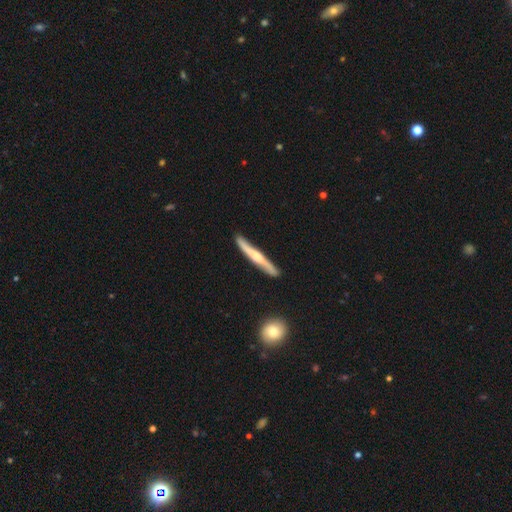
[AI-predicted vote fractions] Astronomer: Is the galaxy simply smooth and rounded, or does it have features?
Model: featured or disk — 61%.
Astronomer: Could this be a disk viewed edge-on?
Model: yes — 90%.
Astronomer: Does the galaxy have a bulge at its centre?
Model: rounded — 67%.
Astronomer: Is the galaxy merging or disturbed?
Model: none — 85%.